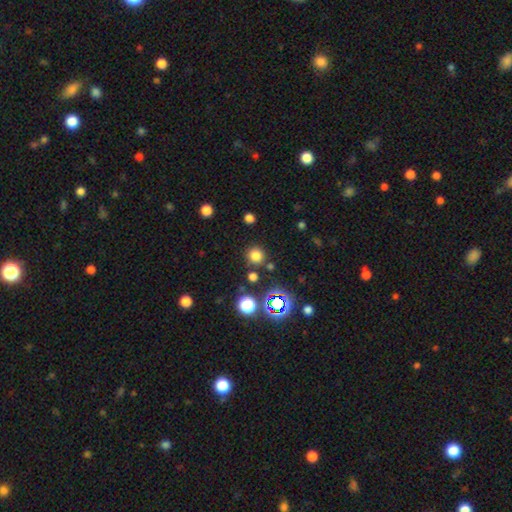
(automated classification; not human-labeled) smooth 75%, star or artifact 20%, featured or disk 5%. Down the decision tree: how rounded — round (93%); merging — none (85%).